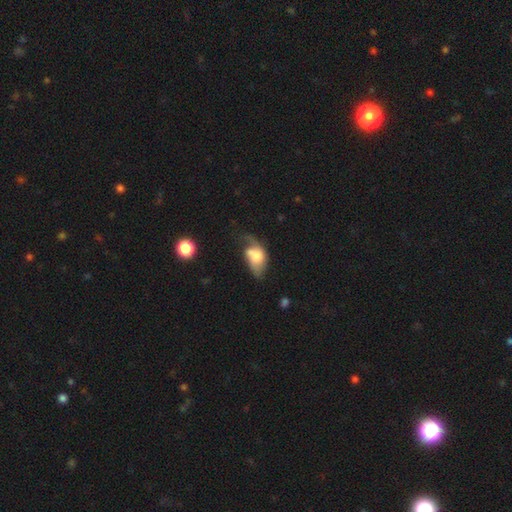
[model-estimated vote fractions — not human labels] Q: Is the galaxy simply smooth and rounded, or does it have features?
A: smooth — 50%.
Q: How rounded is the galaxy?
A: in between — 85%.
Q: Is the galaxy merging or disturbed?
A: major disturbance — 37%.